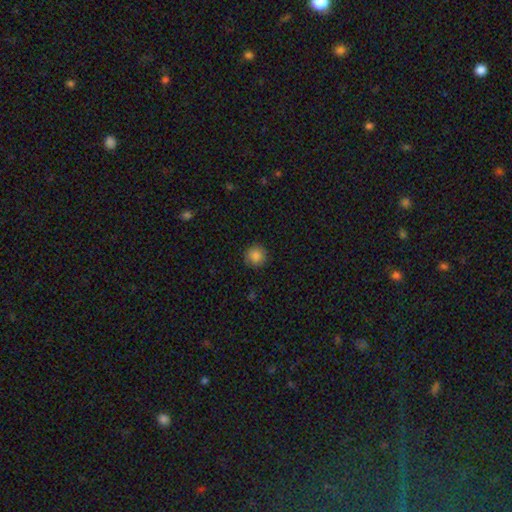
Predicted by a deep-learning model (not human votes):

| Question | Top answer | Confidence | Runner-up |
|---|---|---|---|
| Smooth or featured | smooth | 86% | star or artifact (10%) |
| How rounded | round | 94% | in between (5%) |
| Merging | none | 90% | minor disturbance (7%) |